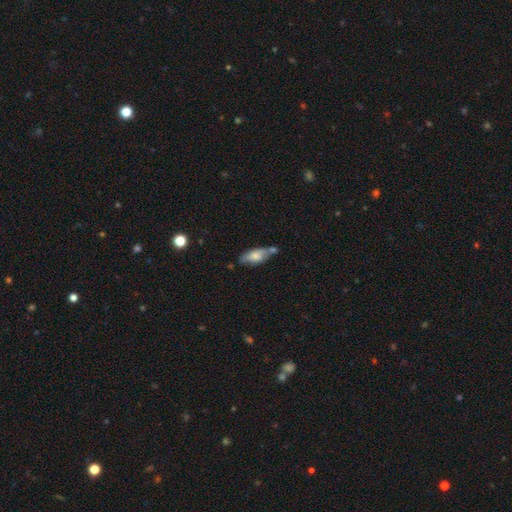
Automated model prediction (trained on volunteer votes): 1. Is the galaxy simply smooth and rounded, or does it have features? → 63% smooth, 30% featured or disk, 7% star or artifact.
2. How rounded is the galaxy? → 77% in between, 20% cigar-shaped, 3% round.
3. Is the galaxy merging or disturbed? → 48% none, 25% minor disturbance, 21% merger, 7% major disturbance.